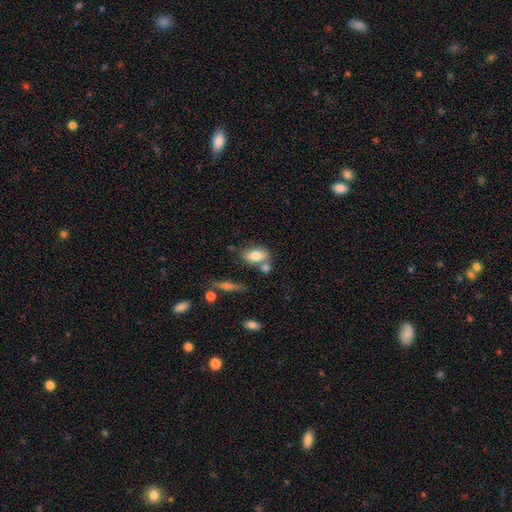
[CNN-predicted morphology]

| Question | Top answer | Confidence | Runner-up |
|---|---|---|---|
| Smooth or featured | smooth | 77% | featured or disk (15%) |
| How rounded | in between | 86% | round (7%) |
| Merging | none | 57% | merger (24%) |